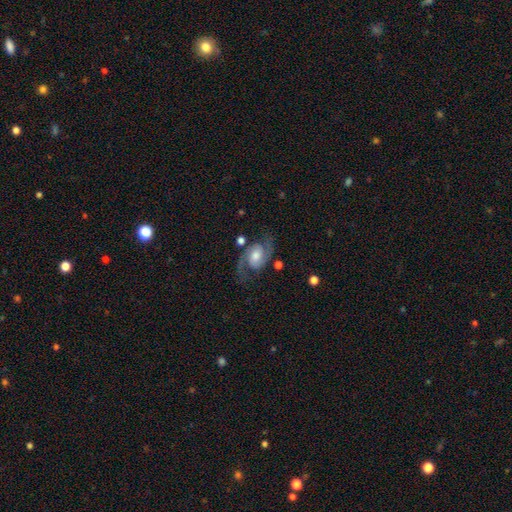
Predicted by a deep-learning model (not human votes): This appears to be a featured or disk galaxy (86%) with no bar (59%), 2 (93%) medium (55%) spiral arms (97%) and a moderate central bulge (54%). Merging: none (76%).